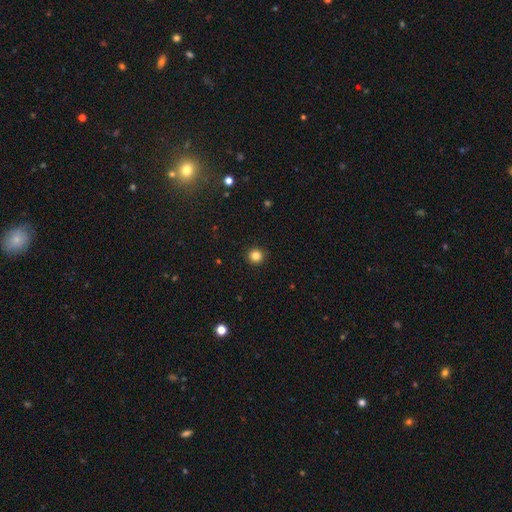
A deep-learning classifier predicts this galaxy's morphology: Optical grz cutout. It shows a smooth galaxy with no disk features (84%) that is round (95%). Merging: none (93%).